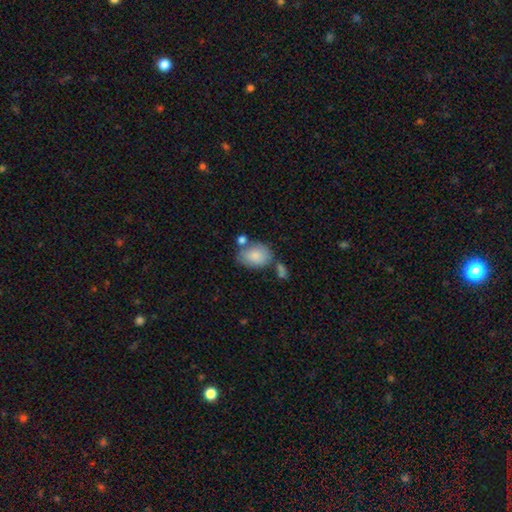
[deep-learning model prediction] smooth_or_featured: smooth (p=0.83) [alt: featured or disk p=0.10]
how_rounded: in between (p=0.78) [alt: round p=0.21]
merging: none (p=0.56) [alt: minor disturbance p=0.21]